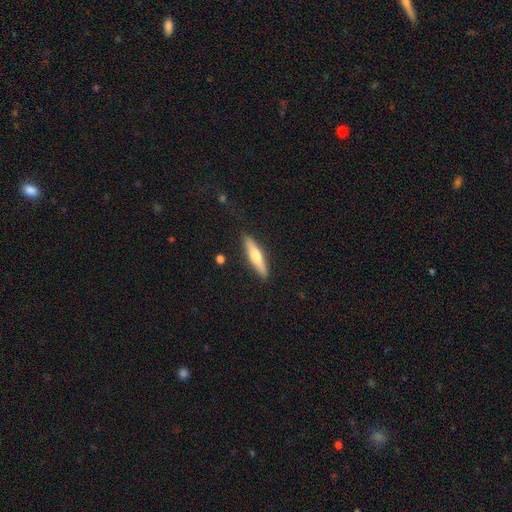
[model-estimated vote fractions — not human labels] A smooth galaxy with no disk features (53%) that is cigar-shaped (82%).

Vote fractions:
- Smooth or featured? smooth: 53% / featured or disk: 42% / star or artifact: 6%
- How rounded? cigar-shaped: 82% / in between: 16% / round: 2%
- Merging? none: 87% / minor disturbance: 9% / major disturbance: 2% / merger: 2%